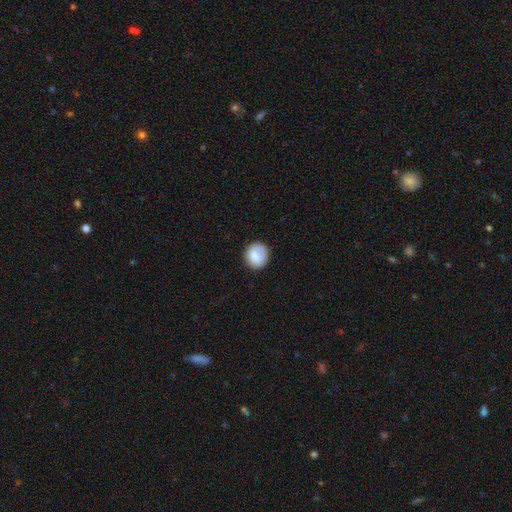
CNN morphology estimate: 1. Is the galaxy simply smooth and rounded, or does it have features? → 79% smooth, 14% featured or disk, 7% star or artifact.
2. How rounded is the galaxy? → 88% round, 11% in between, 1% cigar-shaped.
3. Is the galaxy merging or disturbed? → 82% none, 13% minor disturbance, 4% major disturbance, 1% merger.